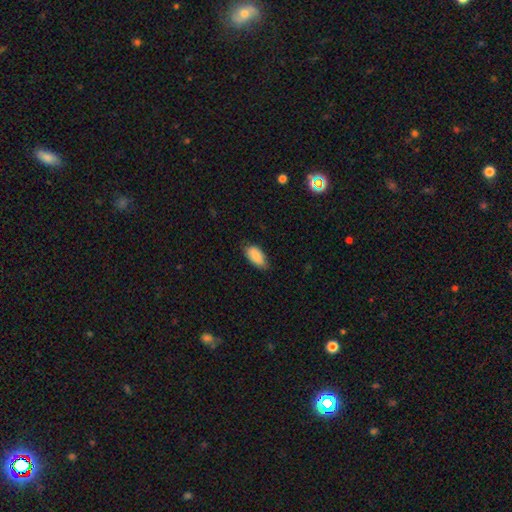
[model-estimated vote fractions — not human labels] Morphology: type=smooth (86%); roundness=in between (92%); merging=none (75%).